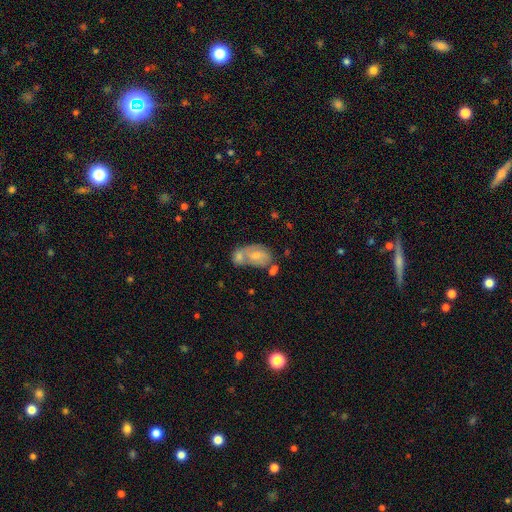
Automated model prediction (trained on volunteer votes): A smooth galaxy with no disk features (50%).

Vote fractions:
- Smooth or featured? smooth: 50% / featured or disk: 42% / star or artifact: 8%
- Merging? merger: 60% / none: 20% / minor disturbance: 12% / major disturbance: 8%